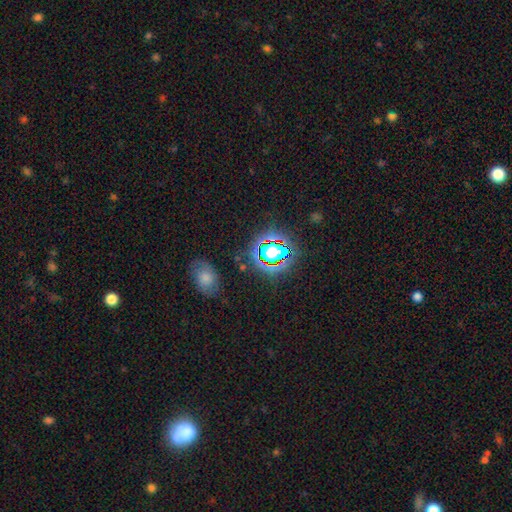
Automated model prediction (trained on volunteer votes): A star or artifact, not a galaxy (67%).